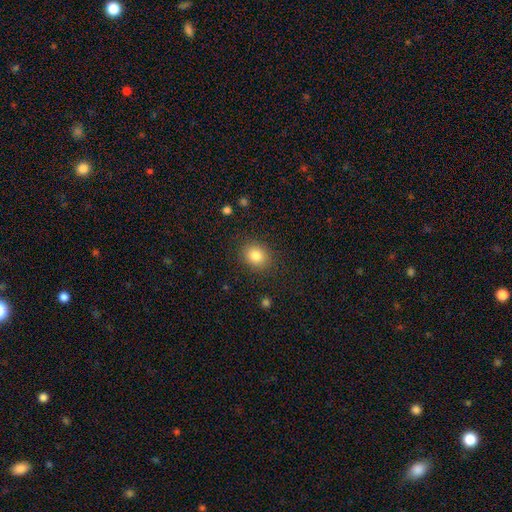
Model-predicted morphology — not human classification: This appears to be a smooth galaxy with no disk features (83%) that is round (56%). Merging: none (86%).